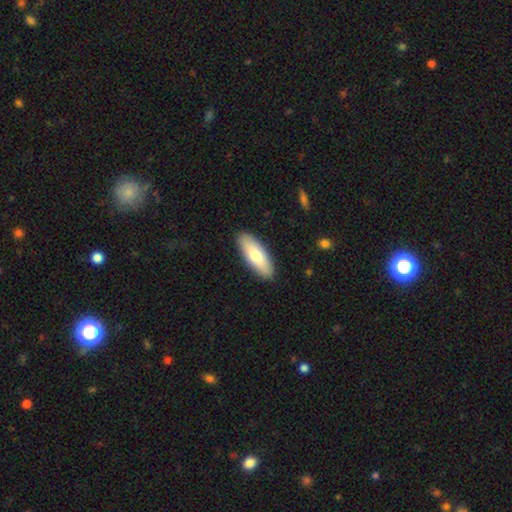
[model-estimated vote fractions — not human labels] Overall: smooth (73%). How rounded: in between (70%). Merging: none (90%).